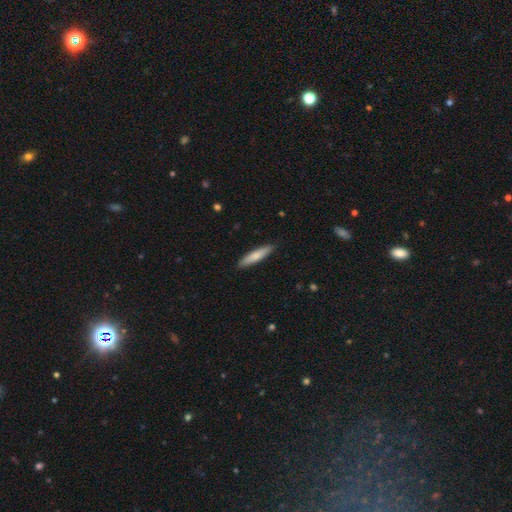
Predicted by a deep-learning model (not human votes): A smooth galaxy with no disk features (75%) that is cigar-shaped (84%). Merging: none (89%).